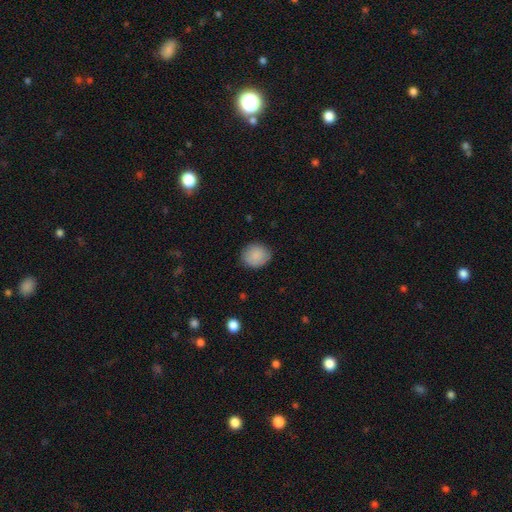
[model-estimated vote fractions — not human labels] Morphology: type=smooth (88%); roundness=round (69%); merging=none (84%).